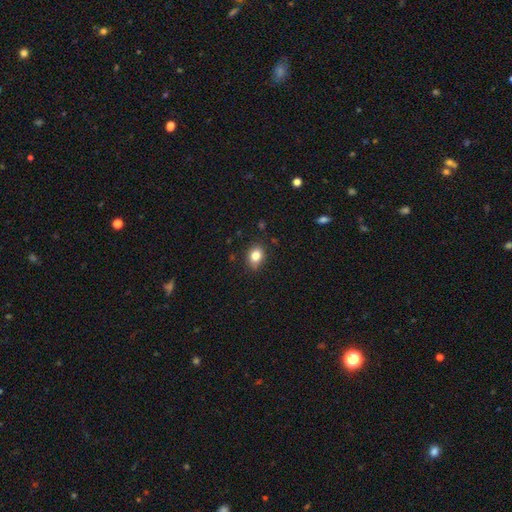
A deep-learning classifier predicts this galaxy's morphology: type=smooth (82%); roundness=in between (62%); merging=none (83%).